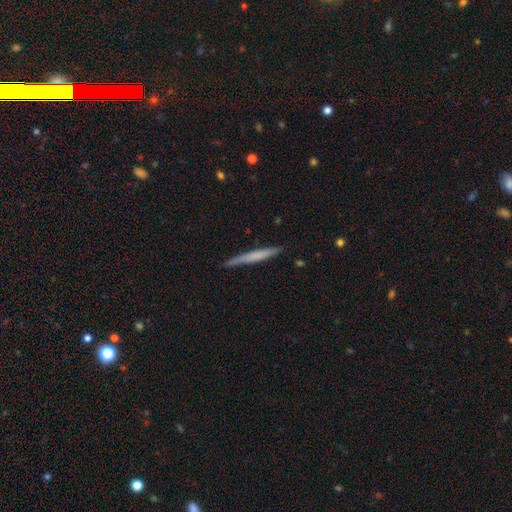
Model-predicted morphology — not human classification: Smooth or featured? smooth (57%)
How rounded? cigar-shaped (96%)
Merging? none (86%)